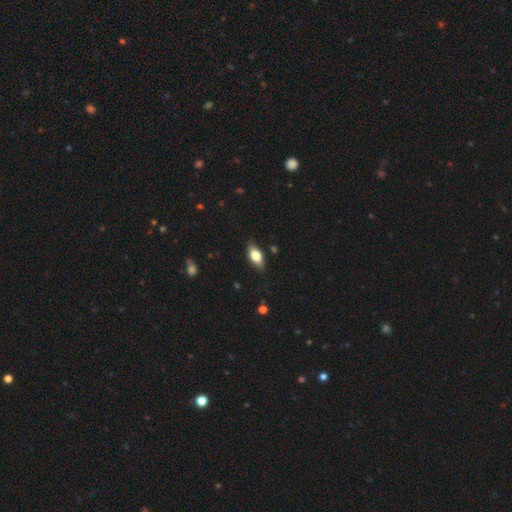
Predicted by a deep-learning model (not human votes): Smooth or featured? smooth (71%)
How rounded? in between (84%)
Merging? none (82%)